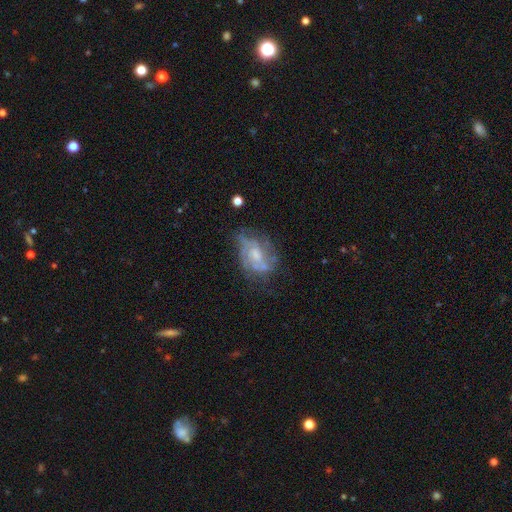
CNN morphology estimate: Smooth or featured? Predicted: featured or disk (p=0.71). Edge-on disk? Predicted: no (p=0.97). Bar? Predicted: no (p=0.63). Spiral arms? Predicted: yes (p=0.64). Bulge size? Predicted: moderate (p=0.38). Merging? Predicted: none (p=0.48).